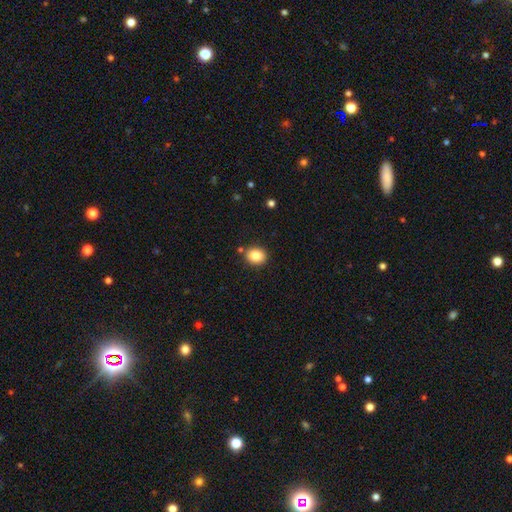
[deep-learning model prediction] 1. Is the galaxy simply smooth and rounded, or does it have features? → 85% smooth, 9% star or artifact, 6% featured or disk.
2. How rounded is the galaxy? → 69% round, 30% in between, 1% cigar-shaped.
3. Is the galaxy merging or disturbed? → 86% none, 8% minor disturbance, 4% merger, 2% major disturbance.